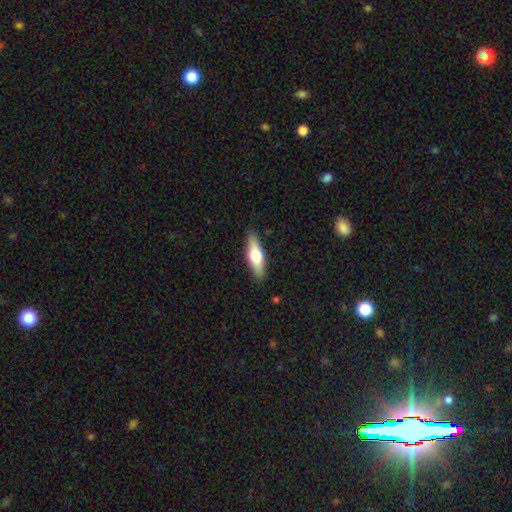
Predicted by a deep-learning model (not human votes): Overall: smooth (55%; featured or disk 39%). How rounded: cigar-shaped (51%; in between 46%). Merging: none (88%).